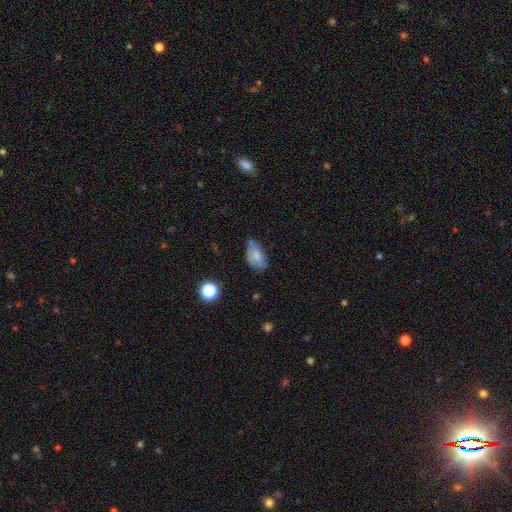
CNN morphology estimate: smooth_or_featured: smooth (p=0.70) [alt: featured or disk p=0.20]
how_rounded: in between (p=0.92) [alt: round p=0.05]
merging: none (p=0.52) [alt: minor disturbance p=0.35]